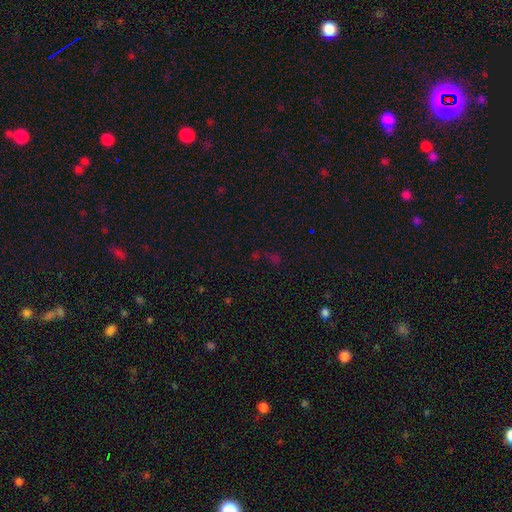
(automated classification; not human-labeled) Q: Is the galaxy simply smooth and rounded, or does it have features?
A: star or artifact — 64%.